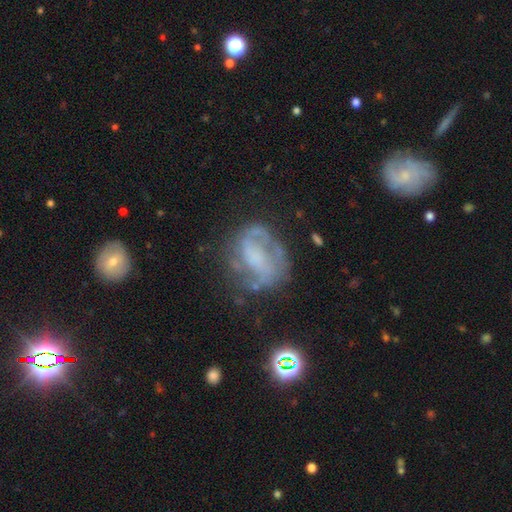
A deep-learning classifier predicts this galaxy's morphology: type=featured or disk (66%); edge-on=no (97%); bar=no (59%); spiral arms=yes (64%); bulge=none (52%); merging=none (50%).